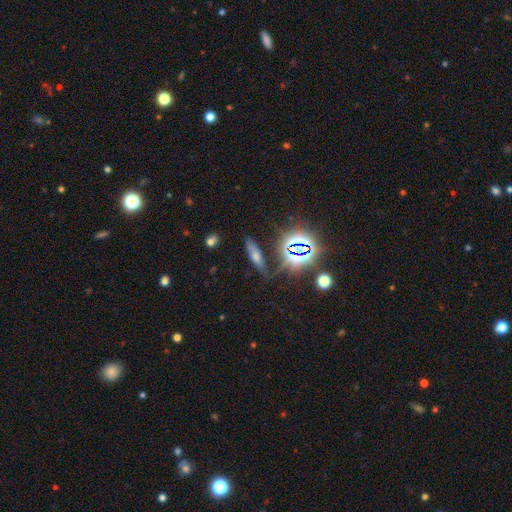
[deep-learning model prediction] Smooth or featured: smooth — 50% (star or artifact — 29%)
How rounded: cigar-shaped — 59% (in between — 36%)
Merging: none — 71% (minor disturbance — 18%)